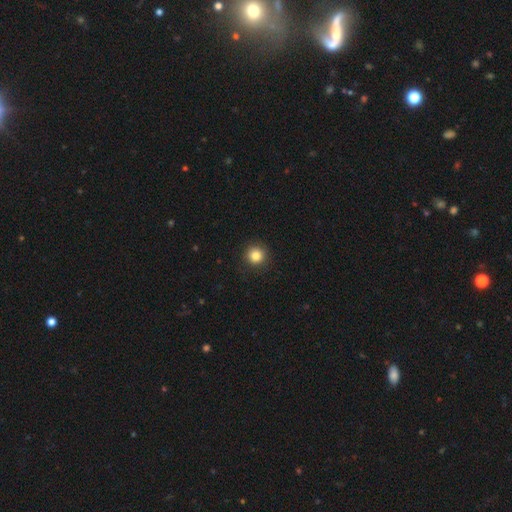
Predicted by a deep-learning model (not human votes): The model was most divided on "smooth or featured": smooth: 84%, star or artifact: 11%, featured or disk: 5%. More confident: how rounded — round (95%); merging — none (91%).